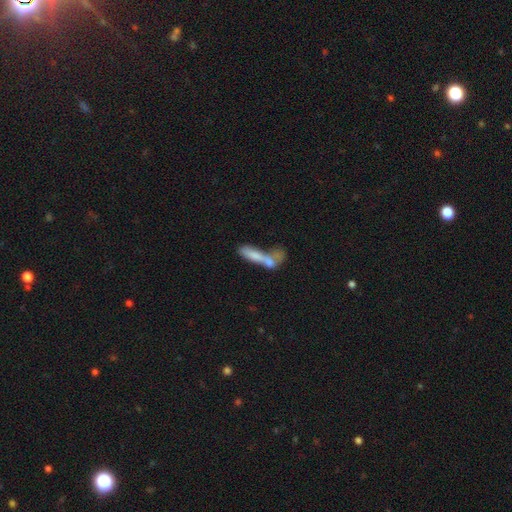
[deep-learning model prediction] Smooth or featured?
  - smooth: 68% *
  - featured or disk: 24%
  - star or artifact: 8%
How rounded?
  - cigar-shaped: 66% *
  - in between: 31%
  - round: 3%
Merging?
  - merger: 62% *
  - none: 18%
  - major disturbance: 11%
  - minor disturbance: 9%